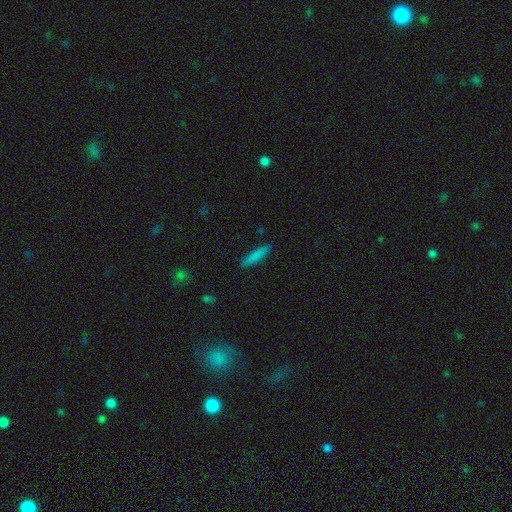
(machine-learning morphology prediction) A smooth galaxy with no disk features (82%) that is cigar-shaped (87%). Merging: none (89%).